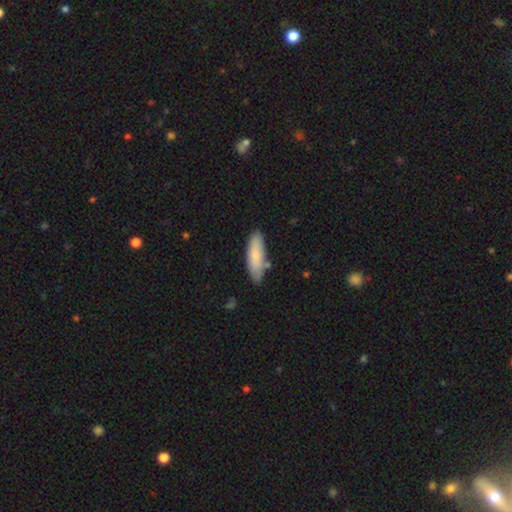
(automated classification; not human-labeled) Overall: smooth (82%). How rounded: cigar-shaped (49%, tied with in between). Merging: none (79%).